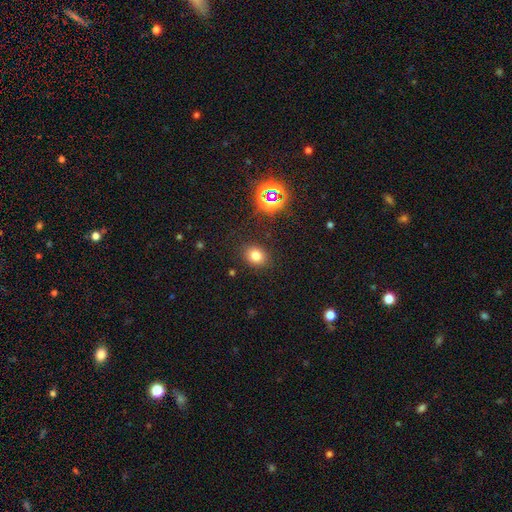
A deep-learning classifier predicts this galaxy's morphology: Smooth or featured? smooth (75%)
How rounded? round (53%)
Merging? none (87%)